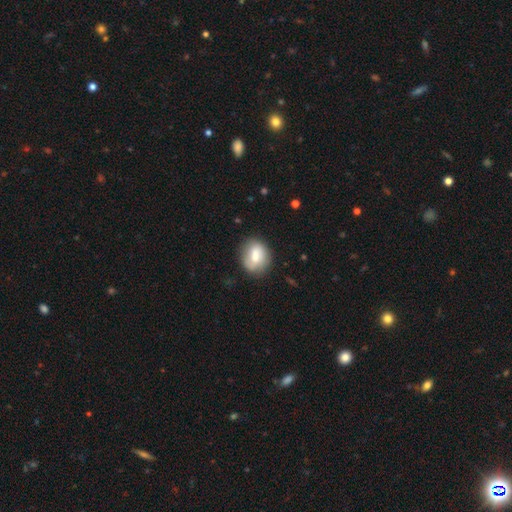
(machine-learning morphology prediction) Overall: smooth (69%). How rounded: in between (49%, tied with round). Merging: none (74%).